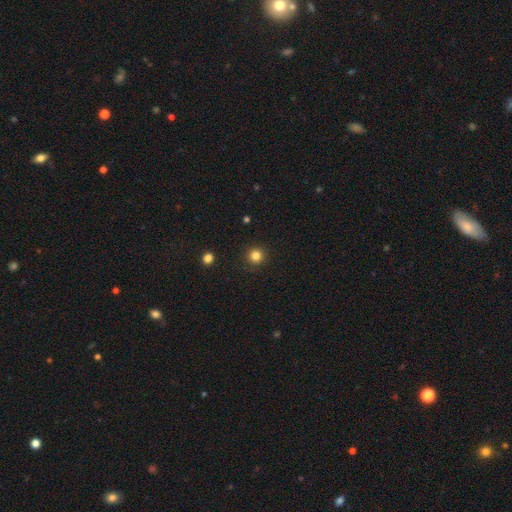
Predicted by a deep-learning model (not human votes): Smooth or featured? Predicted: smooth (p=0.83). How rounded? Predicted: round (p=0.95). Merging? Predicted: none (p=0.91).